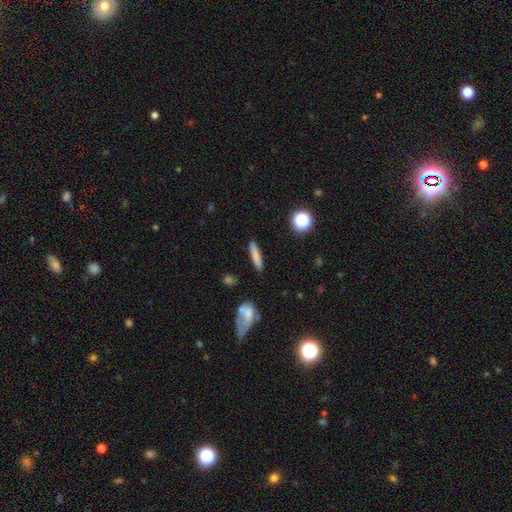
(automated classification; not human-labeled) smooth_or_featured: smooth (p=0.78) [alt: featured or disk p=0.14]
how_rounded: cigar-shaped (p=0.87) [alt: in between p=0.10]
merging: none (p=0.88) [alt: minor disturbance p=0.08]